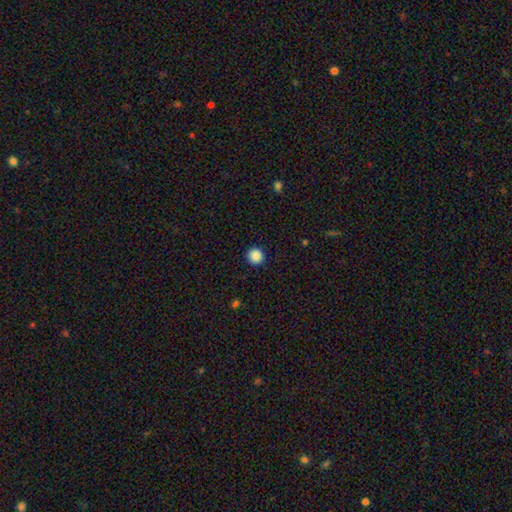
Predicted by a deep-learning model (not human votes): smooth-or-featured: smooth: 88% | star or artifact: 10% | featured or disk: 2%
  how-rounded: round: 94% | in between: 5% | cigar-shaped: 1%
  merging: none: 92% | minor disturbance: 5% | major disturbance: 2% | merger: 1%